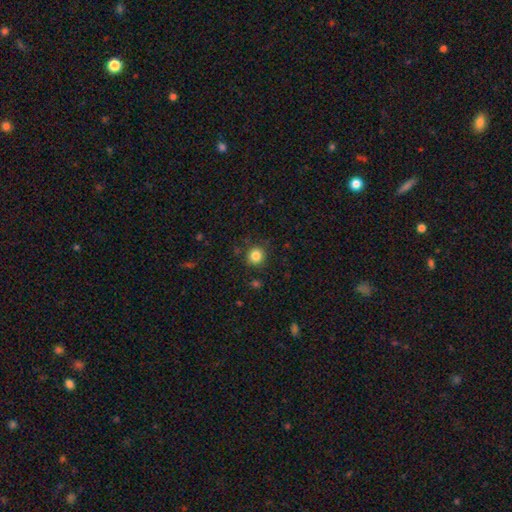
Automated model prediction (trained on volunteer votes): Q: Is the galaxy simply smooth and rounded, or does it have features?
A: smooth — 84%.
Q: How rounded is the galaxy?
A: round — 92%.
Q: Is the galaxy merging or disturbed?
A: none — 87%.